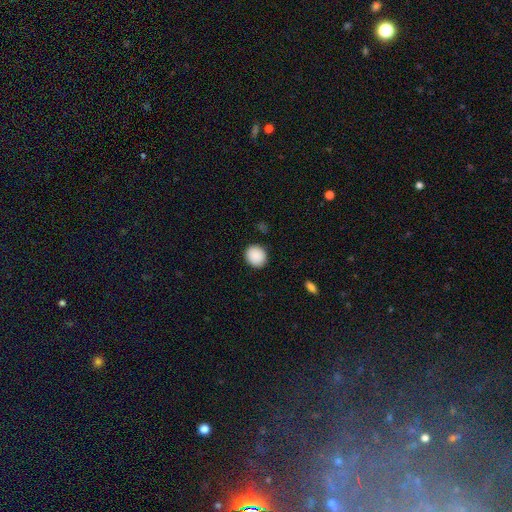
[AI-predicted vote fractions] Smooth or featured? smooth (90%)
How rounded? round (82%)
Merging? none (90%)